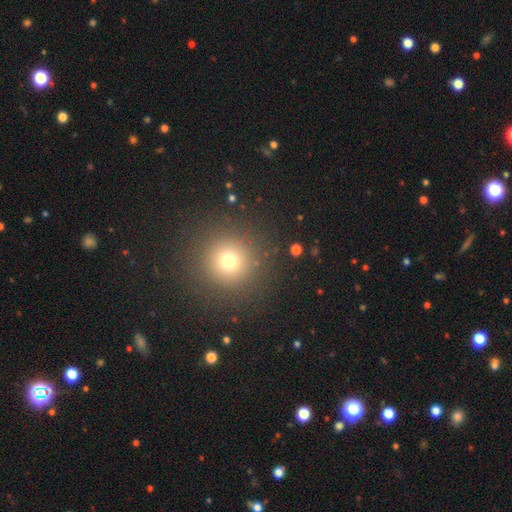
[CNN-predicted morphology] Smooth or featured? smooth (61%)
How rounded? round (95%)
Merging? none (92%)